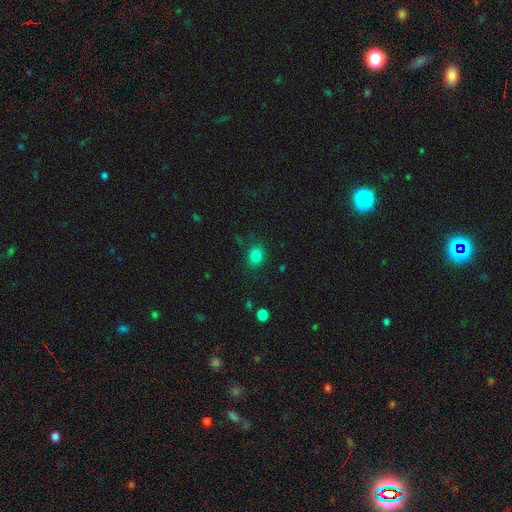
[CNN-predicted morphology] This appears to be a smooth galaxy with no disk features (81%) that is round (53%). Merging: none (84%).